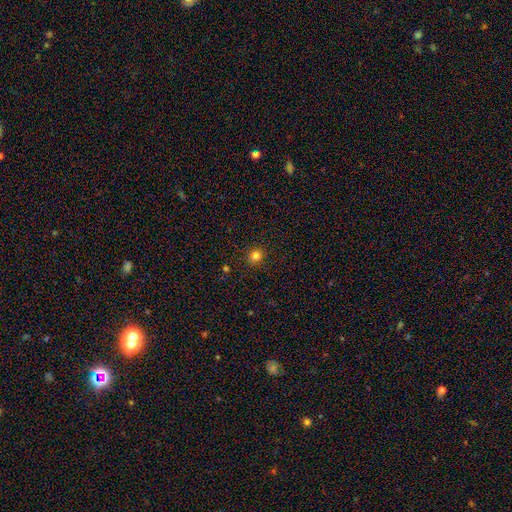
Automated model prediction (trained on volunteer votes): Smooth or featured? Predicted: smooth (p=0.81). How rounded? Predicted: round (p=0.87). Merging? Predicted: none (p=0.91).